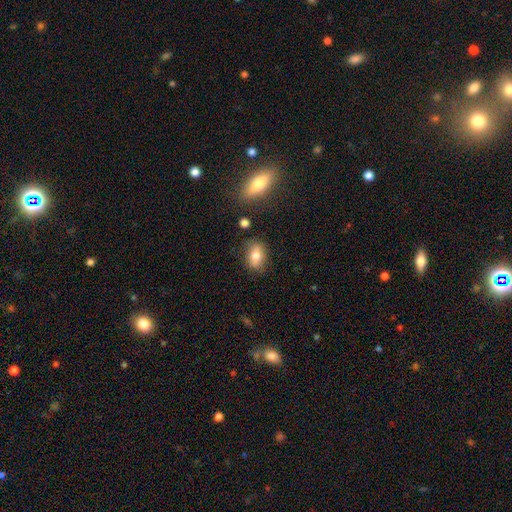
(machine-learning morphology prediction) Overall: smooth (75%). How rounded: in between (80%). Merging: none (76%).